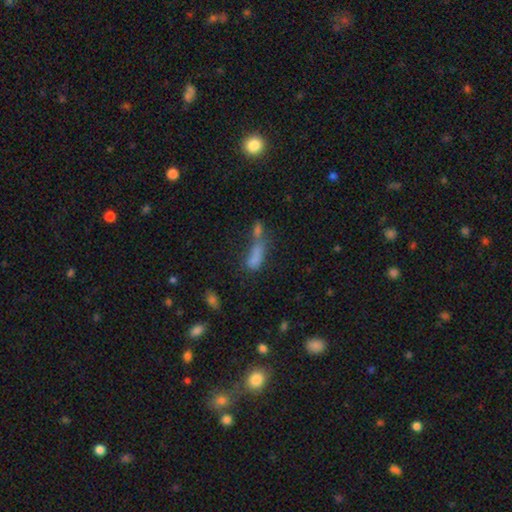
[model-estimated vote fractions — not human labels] smooth_or_featured: smooth (p=0.69) [alt: star or artifact p=0.16]
how_rounded: in between (p=0.57) [alt: cigar-shaped p=0.38]
merging: merger (p=0.44) [alt: none p=0.24]